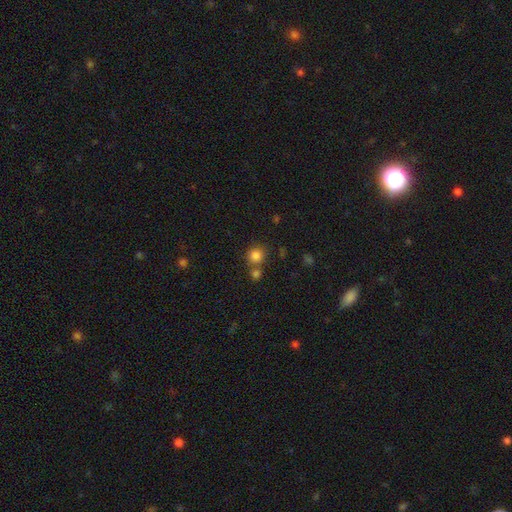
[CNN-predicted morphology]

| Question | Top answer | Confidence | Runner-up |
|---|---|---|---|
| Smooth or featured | smooth | 83% | star or artifact (12%) |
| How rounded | round | 89% | in between (10%) |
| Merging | none | 64% | merger (24%) |